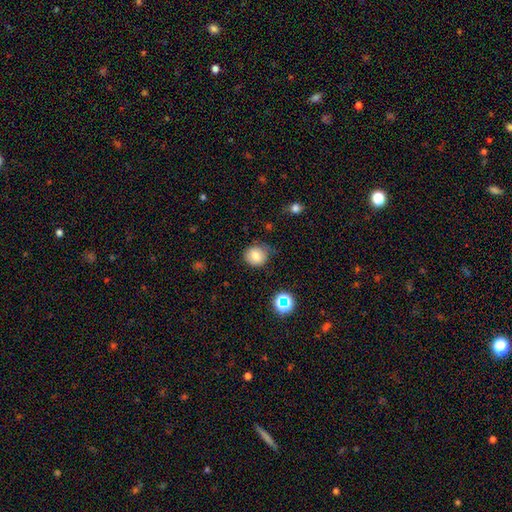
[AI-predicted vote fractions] smooth 77%, star or artifact 13%, featured or disk 10%. Down the decision tree: how rounded — round (84%); merging — none (73%).